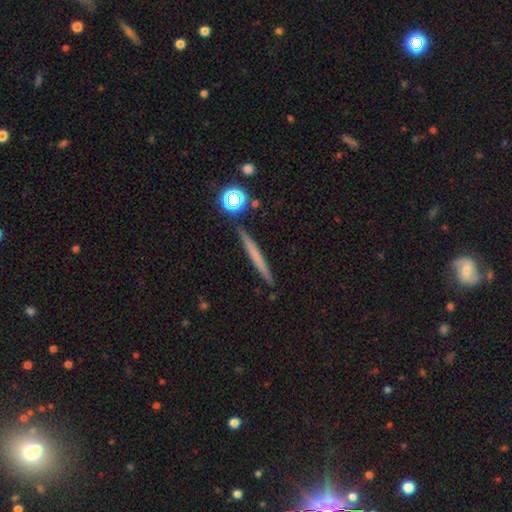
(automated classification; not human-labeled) This appears to be a smooth galaxy with no disk features (55%) that is cigar-shaped (95%). Merging: none (90%).